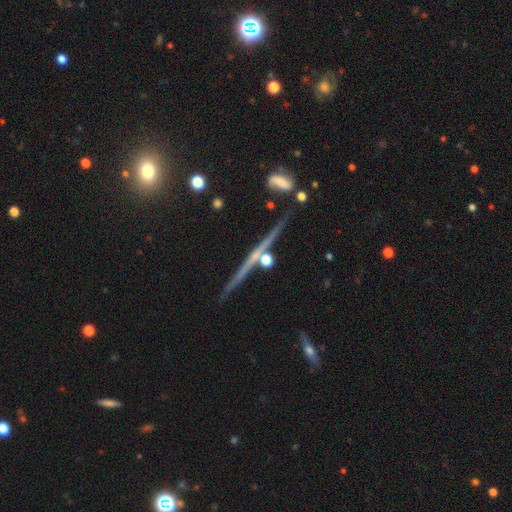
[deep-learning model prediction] Smooth or featured? Predicted: featured or disk (p=0.78). Edge-on disk? Predicted: yes (p=0.97). Edge-on bulge? Predicted: rounded (p=0.53). Merging? Predicted: none (p=0.83).